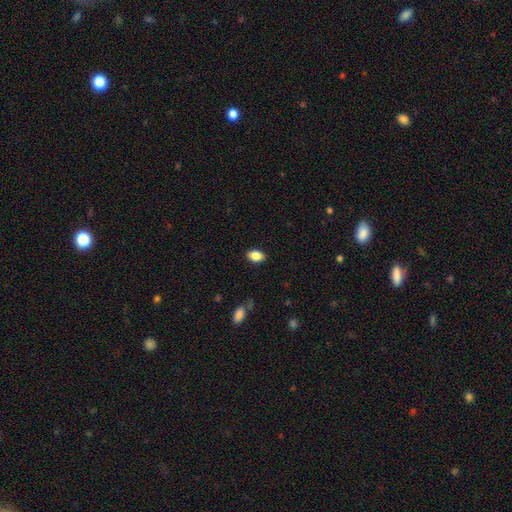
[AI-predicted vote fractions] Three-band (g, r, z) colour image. It shows a smooth galaxy with no disk features (87%) that is in between round and cigar-shaped (87%). Merging: none (87%).